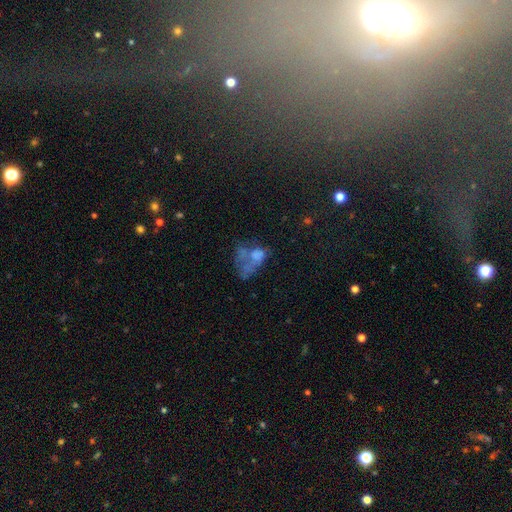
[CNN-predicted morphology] Smooth or featured? featured or disk (40%)
Merging? major disturbance (32%)